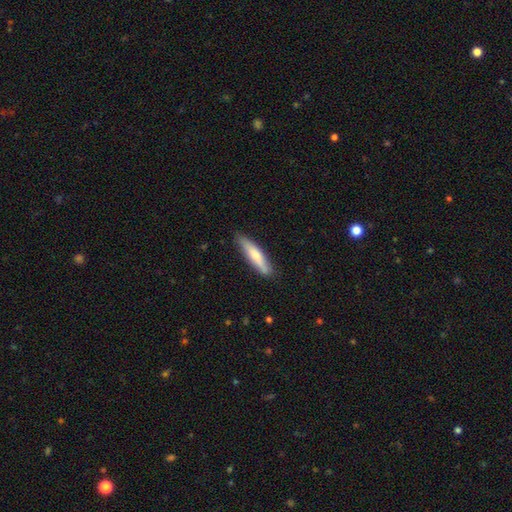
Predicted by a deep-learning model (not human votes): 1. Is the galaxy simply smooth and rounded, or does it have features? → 69% smooth, 26% featured or disk, 5% star or artifact.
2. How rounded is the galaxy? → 83% cigar-shaped, 16% in between, 1% round.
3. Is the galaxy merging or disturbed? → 82% none, 14% minor disturbance, 2% major disturbance, 1% merger.